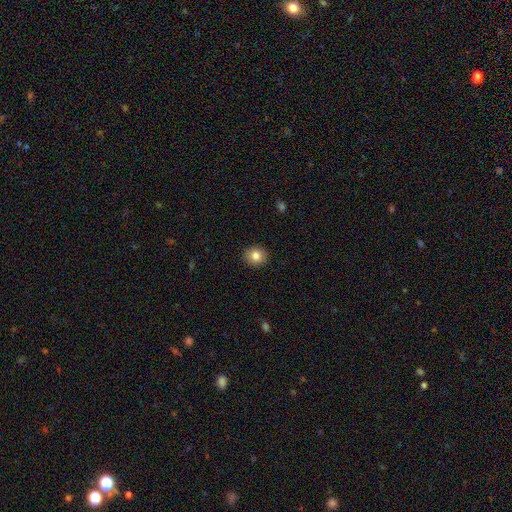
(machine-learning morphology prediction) This appears to be a smooth galaxy with no disk features (83%) that is round (82%). Merging: none (91%).